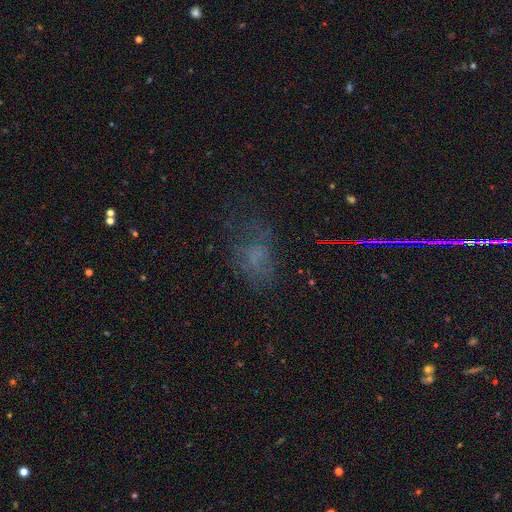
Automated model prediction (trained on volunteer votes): The model was most divided on "smooth or featured": smooth: 44%, star or artifact: 29%, featured or disk: 28%. Remaining: merging — none (47%).